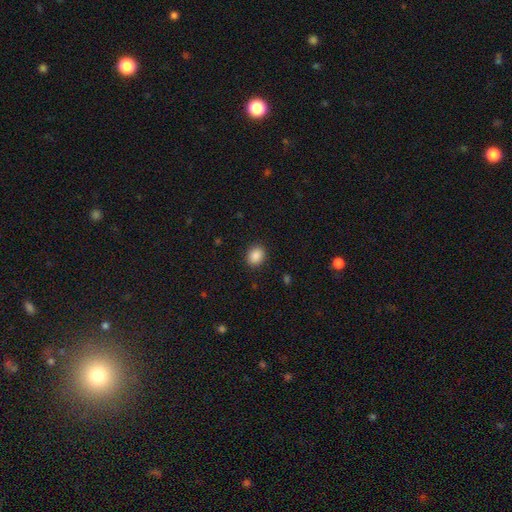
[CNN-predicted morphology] A smooth galaxy with no disk features (88%) that is round (54%). Merging: none (89%).